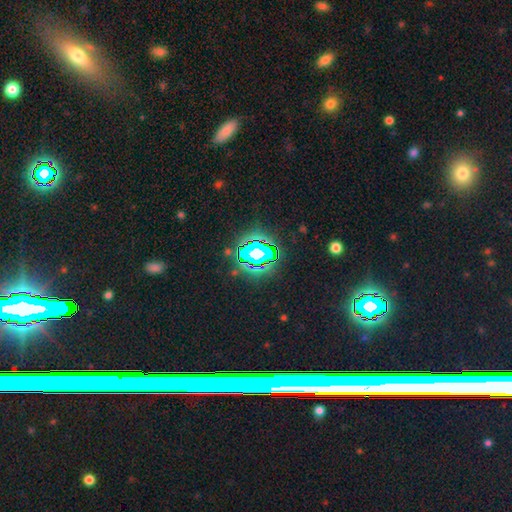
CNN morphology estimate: type=star or artifact (75%).